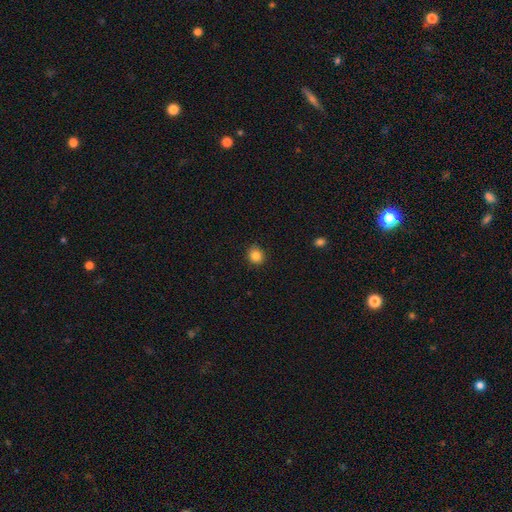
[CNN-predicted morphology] The model was most divided on "how rounded": round: 84%, in between: 15%, cigar-shaped: 1%. More confident: merging — none (87%); smooth or featured — smooth (85%).